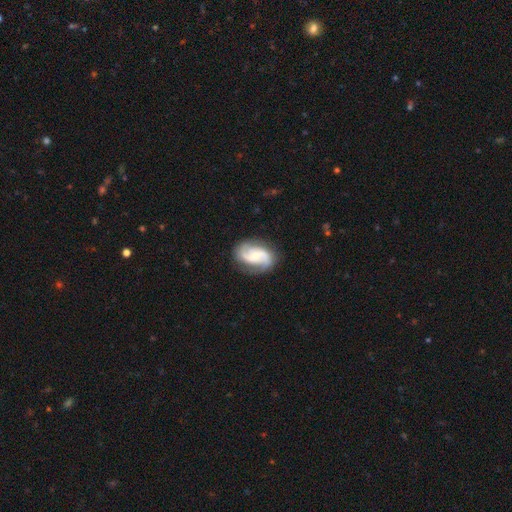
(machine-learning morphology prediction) featured or disk 84%, smooth 11%, star or artifact 5%. Down the decision tree: edge-on disk — no (98%); bar — no (49%); spiral arms — yes (97%); spiral arm count — 2 (82%); spiral winding — medium (47%); bulge size — small (48%); merging — none (79%).